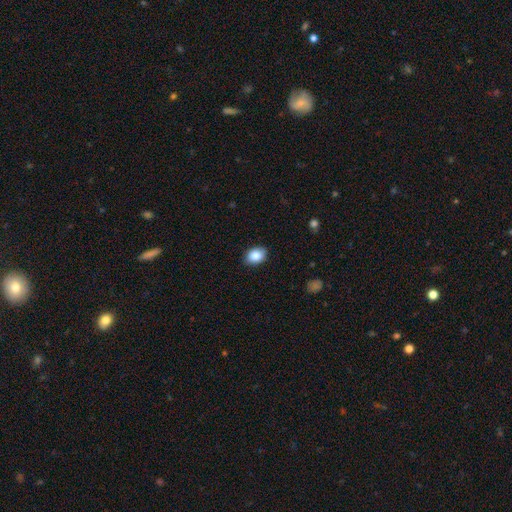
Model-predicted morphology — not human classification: Smooth or featured? smooth (86%)
How rounded? in between (73%)
Merging? none (87%)